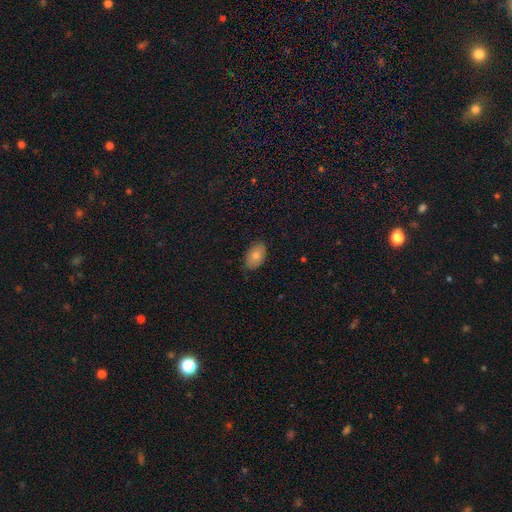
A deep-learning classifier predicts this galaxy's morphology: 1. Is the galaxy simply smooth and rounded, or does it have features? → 77% smooth, 15% featured or disk, 8% star or artifact.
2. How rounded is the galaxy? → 91% in between, 8% round, 1% cigar-shaped.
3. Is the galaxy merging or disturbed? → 84% none, 13% minor disturbance, 2% major disturbance, 1% merger.